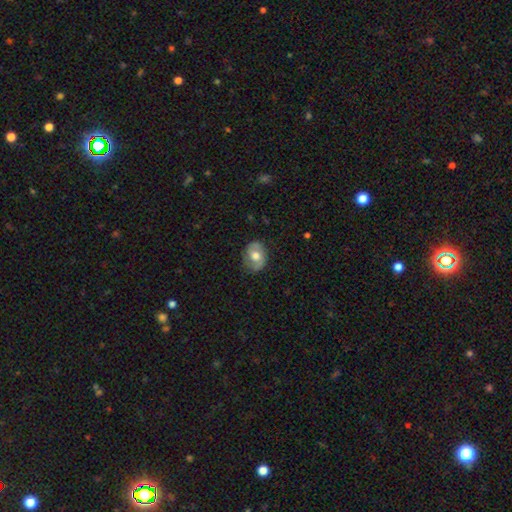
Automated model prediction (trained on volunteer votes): Smooth or featured?
  - smooth: 51% *
  - featured or disk: 42%
  - star or artifact: 7%
How rounded?
  - in between: 57% *
  - round: 42%
  - cigar-shaped: 1%
Merging?
  - none: 77% *
  - minor disturbance: 17%
  - major disturbance: 5%
  - merger: 1%